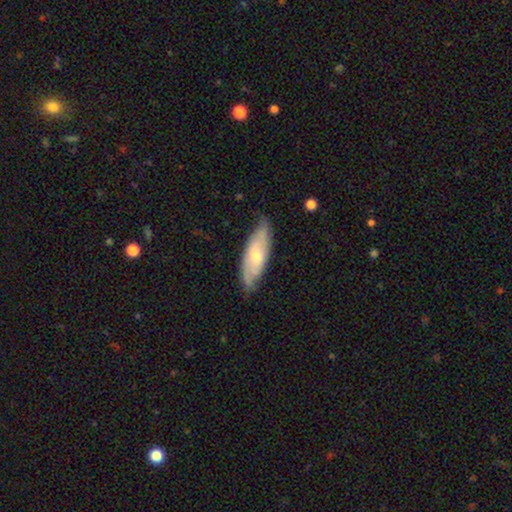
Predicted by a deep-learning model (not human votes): Morphology: type=featured or disk (52%); edge-on=no (74%); merging=none (74%).